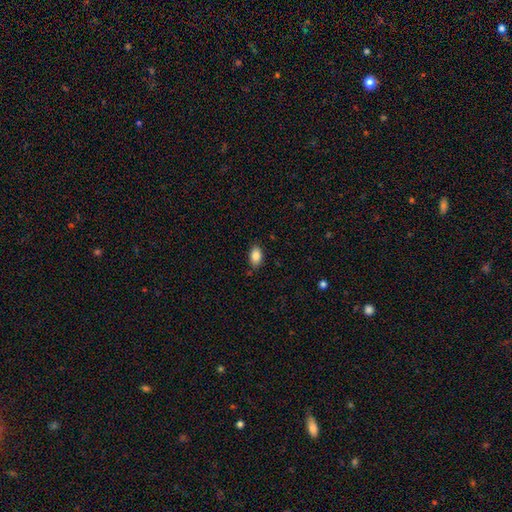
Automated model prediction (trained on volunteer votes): This appears to be a smooth galaxy with no disk features (86%) that is in between round and cigar-shaped (90%). Merging: none (83%).